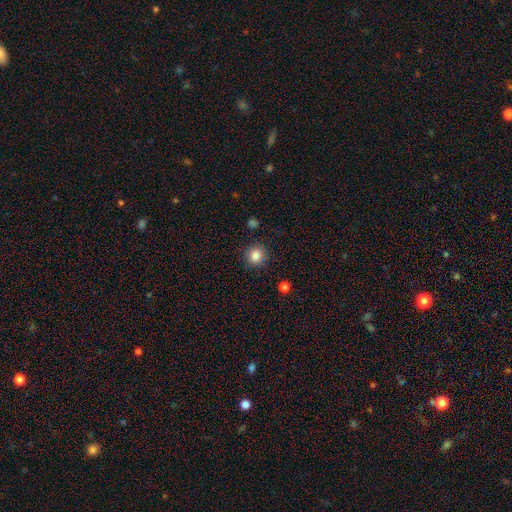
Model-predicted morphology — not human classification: Smooth or featured? smooth (85%)
How rounded? round (90%)
Merging? none (89%)